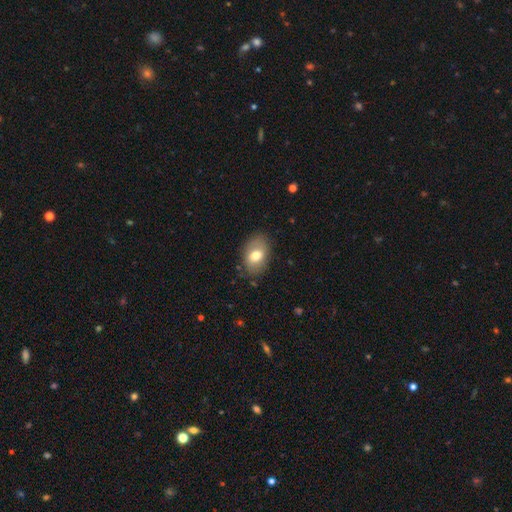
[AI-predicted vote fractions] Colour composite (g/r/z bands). It shows a smooth galaxy with no disk features (72%) that is in between round and cigar-shaped (84%). Merging: none (80%).